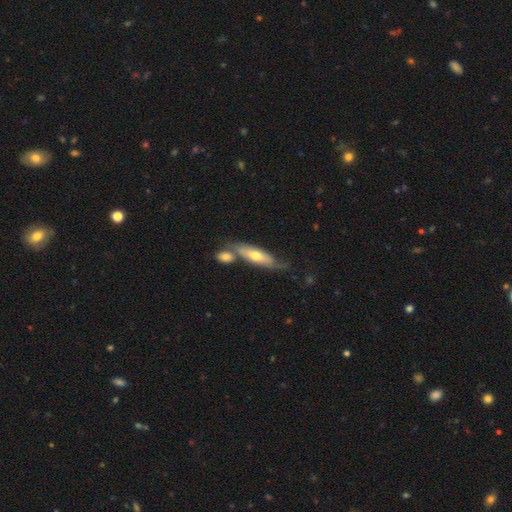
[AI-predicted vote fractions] Smooth or featured? Predicted: smooth (p=0.48). Merging? Predicted: none (p=0.44).